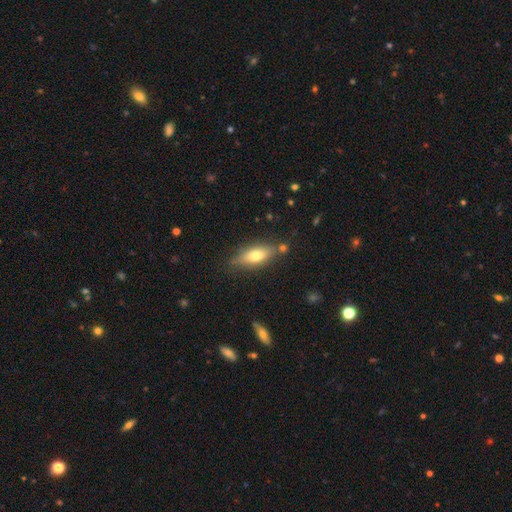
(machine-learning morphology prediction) Smooth or featured? smooth (65%)
How rounded? in between (65%)
Merging? none (77%)